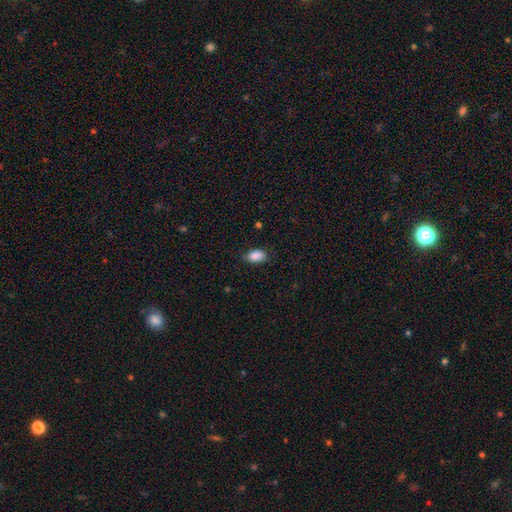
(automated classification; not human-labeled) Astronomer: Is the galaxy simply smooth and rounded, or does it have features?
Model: smooth — 88%.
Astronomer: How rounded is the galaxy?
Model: in between — 90%.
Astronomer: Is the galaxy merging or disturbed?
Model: none — 78%.